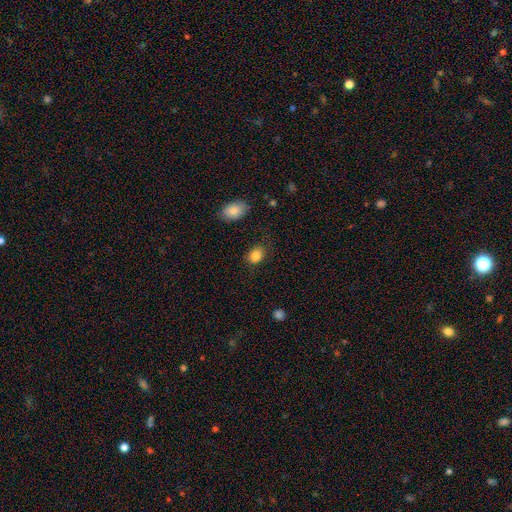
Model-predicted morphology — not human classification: Overall: smooth (85%). How rounded: in between (52%; round 47%). Merging: none (77%).